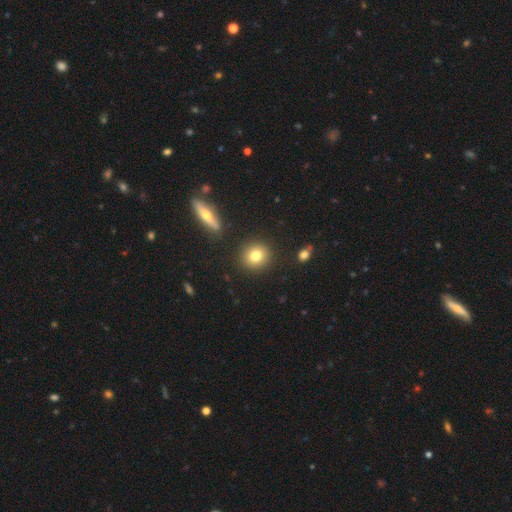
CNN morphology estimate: Smooth or featured? smooth (80%)
How rounded? round (87%)
Merging? none (88%)